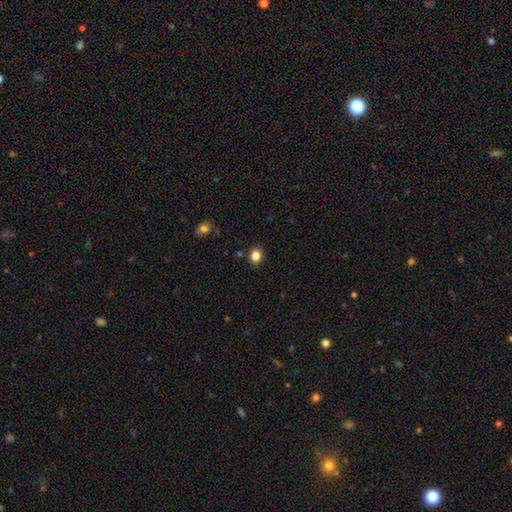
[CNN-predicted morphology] Smooth or featured? Predicted: smooth (p=0.84). How rounded? Predicted: round (p=0.69). Merging? Predicted: none (p=0.89).